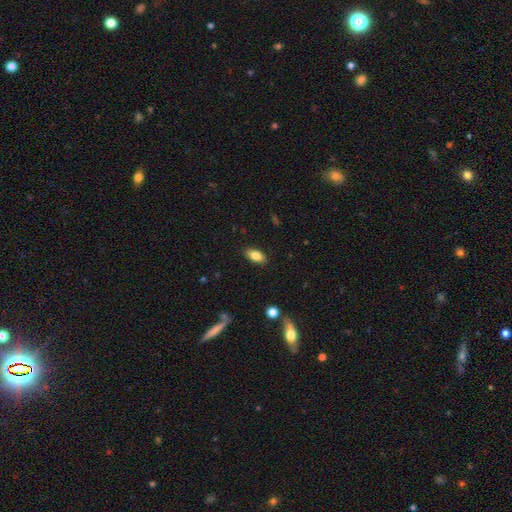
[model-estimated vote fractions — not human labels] Smooth or featured? Predicted: smooth (p=0.82). How rounded? Predicted: in between (p=0.88). Merging? Predicted: none (p=0.87).